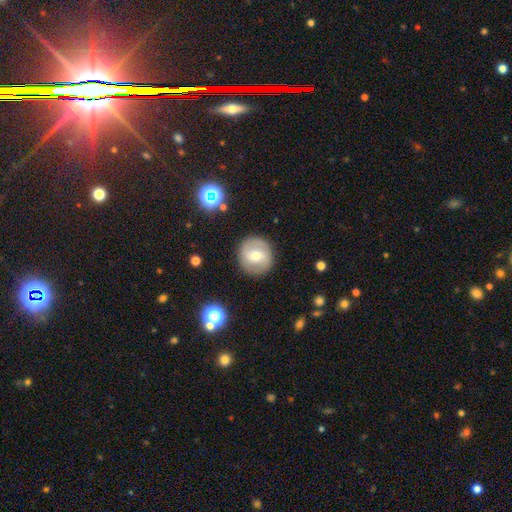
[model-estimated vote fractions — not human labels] Smooth or featured?
  - smooth: 46% *
  - featured or disk: 45%
  - star or artifact: 8%
Merging?
  - none: 87% *
  - minor disturbance: 8%
  - major disturbance: 3%
  - merger: 1%